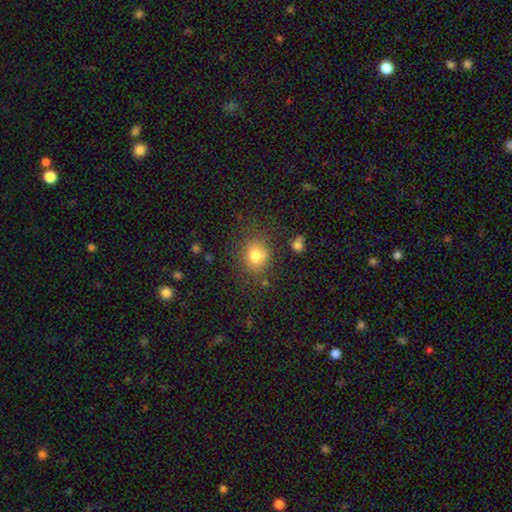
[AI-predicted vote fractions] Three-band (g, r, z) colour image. It shows a smooth galaxy with no disk features (79%) that is round (74%). Merging: none (73%).